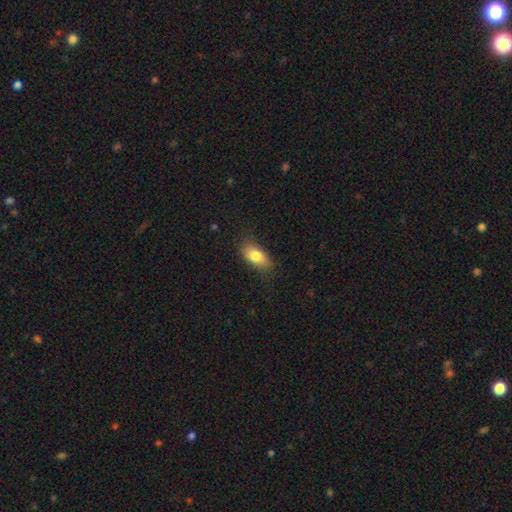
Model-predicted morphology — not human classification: smooth 81%, featured or disk 12%, star or artifact 8%. Down the decision tree: how rounded — in between (89%); merging — none (79%).